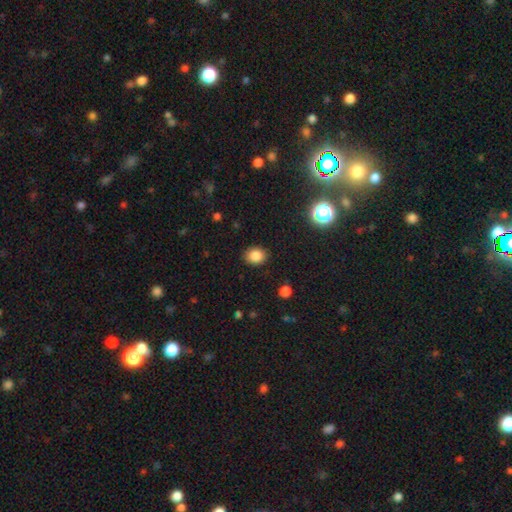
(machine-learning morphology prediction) The model was most divided on "how rounded": in between: 50%, round: 49%, cigar-shaped: 1%. More confident: merging — none (88%); smooth or featured — smooth (85%).